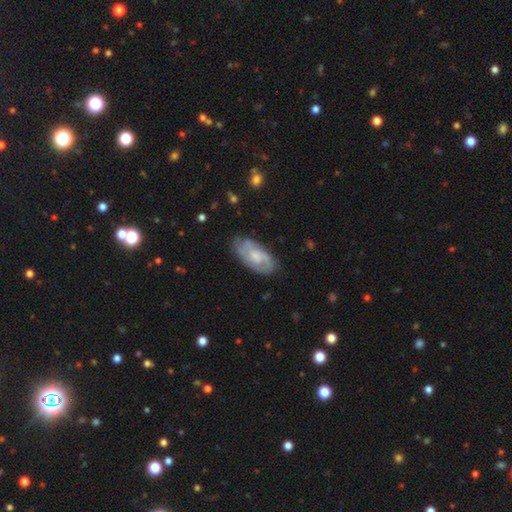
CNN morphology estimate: type=featured or disk (62%); edge-on=no (94%); bar=no (66%); spiral arms=yes (84%); bulge=moderate (40%); merging=none (72%).